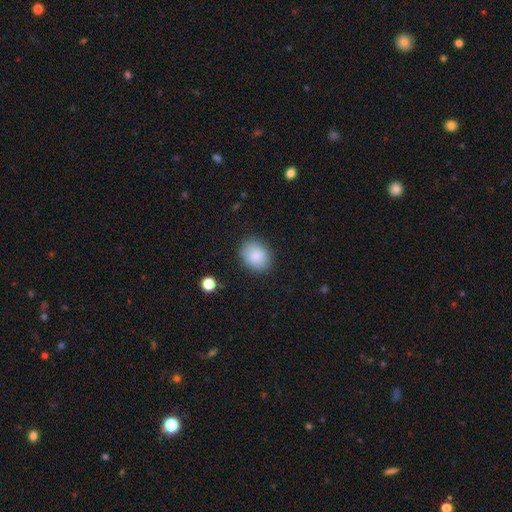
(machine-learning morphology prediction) smooth_or_featured: smooth (p=0.87) [alt: star or artifact p=0.08]
how_rounded: in between (p=0.54) [alt: round p=0.45]
merging: none (p=0.84) [alt: minor disturbance p=0.12]